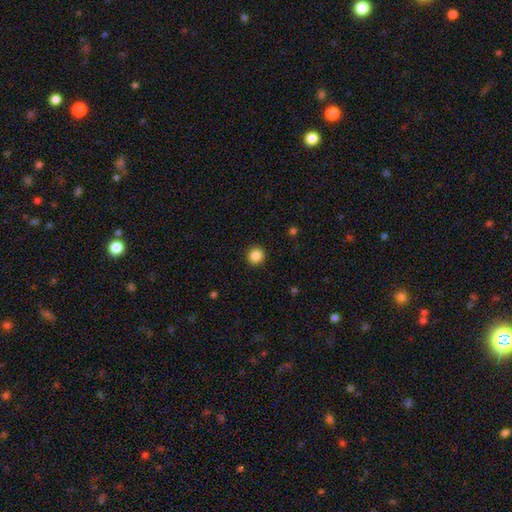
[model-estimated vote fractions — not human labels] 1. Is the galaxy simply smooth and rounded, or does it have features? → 86% smooth, 10% star or artifact, 3% featured or disk.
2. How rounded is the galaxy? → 94% round, 5% in between, 1% cigar-shaped.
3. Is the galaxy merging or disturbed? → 92% none, 5% minor disturbance, 2% major disturbance, 1% merger.